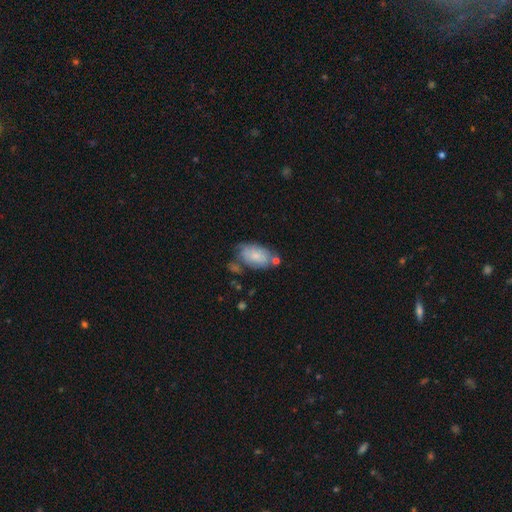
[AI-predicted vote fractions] Overall: smooth (69%). How rounded: in between (92%). Merging: none (47%; minor disturbance 28%).